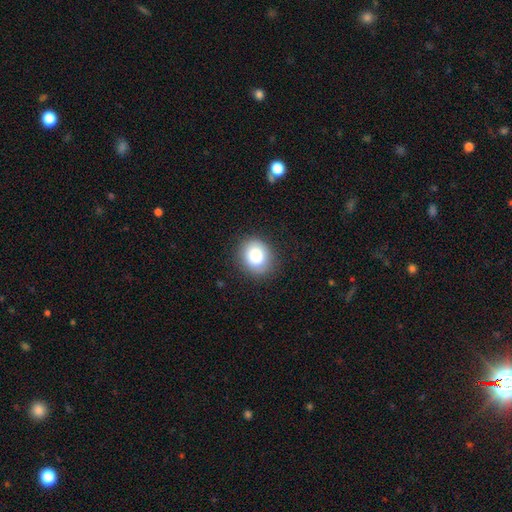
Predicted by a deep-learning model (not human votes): This appears to be a smooth galaxy with no disk features (83%) that is round (65%). Merging: none (85%).